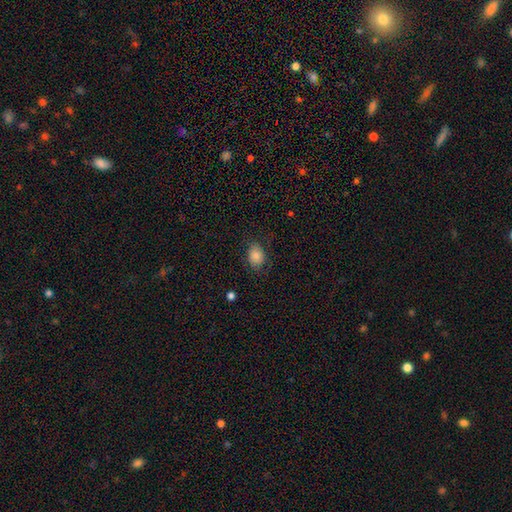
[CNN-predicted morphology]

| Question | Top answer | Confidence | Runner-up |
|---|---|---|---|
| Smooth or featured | smooth | 79% | featured or disk (11%) |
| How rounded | in between | 66% | round (33%) |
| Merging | none | 74% | minor disturbance (18%) |